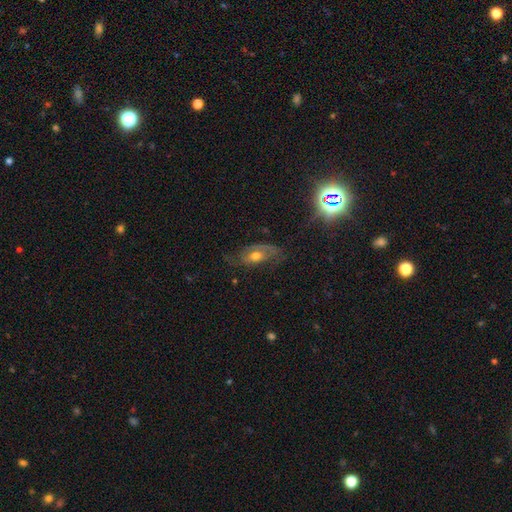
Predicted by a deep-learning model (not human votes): This appears to be a featured or disk galaxy (62%) with no bar (69%), spiral arms (76%) and a moderate central bulge (70%). Merging: none (57%).